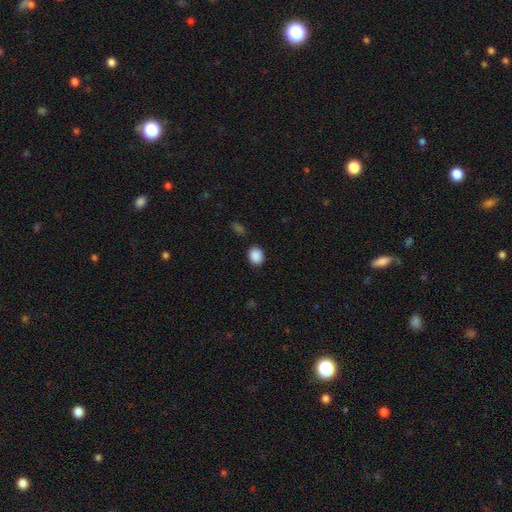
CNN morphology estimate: This is clearly a smooth galaxy (89%). How rounded: possibly round (56%). Merging: clearly none (86%).